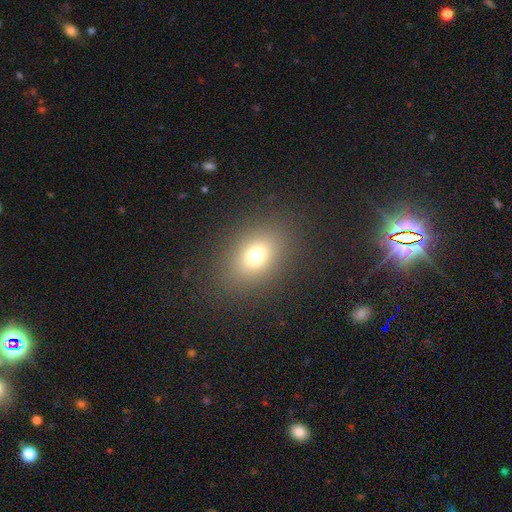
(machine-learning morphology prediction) Smooth or featured?
  - smooth: 71% *
  - star or artifact: 17%
  - featured or disk: 12%
How rounded?
  - in between: 63% *
  - round: 35%
  - cigar-shaped: 1%
Merging?
  - none: 85% *
  - minor disturbance: 9%
  - major disturbance: 6%
  - merger: 1%